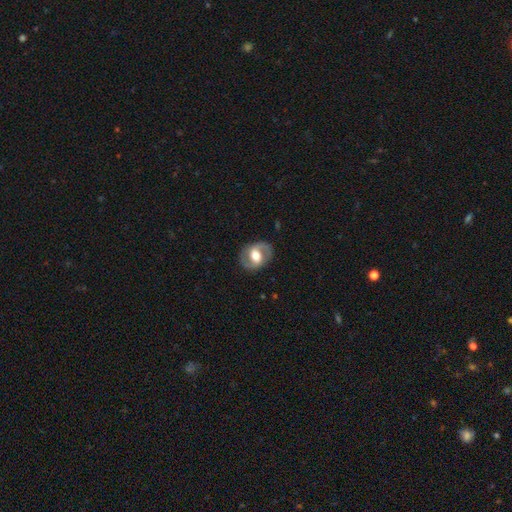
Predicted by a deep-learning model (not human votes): Smooth or featured: featured or disk — 76% (smooth — 18%)
Edge-on disk: no — 97% (yes — 3%)
Bar: weak — 44% (no — 29%)
Spiral arms: yes — 84% (no — 16%)
Spiral winding: medium — 52% (tight — 26%)
Spiral arm count: 2 — 91% (can't tell — 4%)
Bulge size: moderate — 61% (large — 28%)
Merging: none — 84% (minor disturbance — 10%)